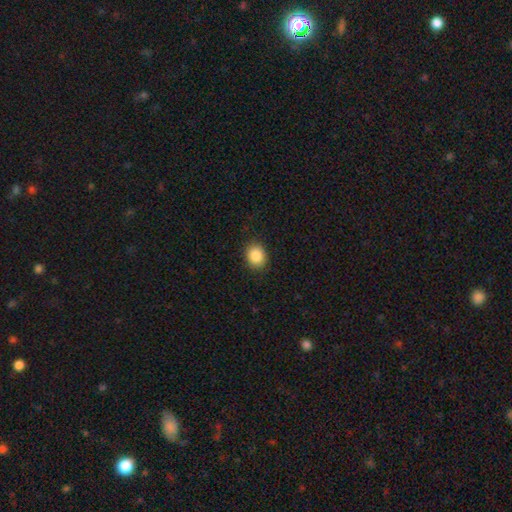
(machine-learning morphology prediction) smooth-or-featured: smooth: 87% | star or artifact: 9% | featured or disk: 5%
  how-rounded: round: 61% | in between: 38% | cigar-shaped: 1%
  merging: none: 89% | minor disturbance: 8% | major disturbance: 2% | merger: 1%